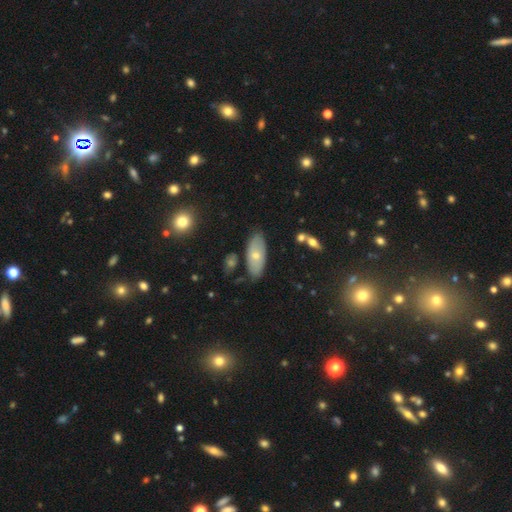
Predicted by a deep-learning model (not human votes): A smooth galaxy with no disk features (60%) that is in between round and cigar-shaped (88%).

Vote fractions:
- Smooth or featured? smooth: 60% / featured or disk: 33% / star or artifact: 7%
- How rounded? in between: 88% / cigar-shaped: 9% / round: 3%
- Merging? none: 77% / minor disturbance: 16% / merger: 4% / major disturbance: 3%